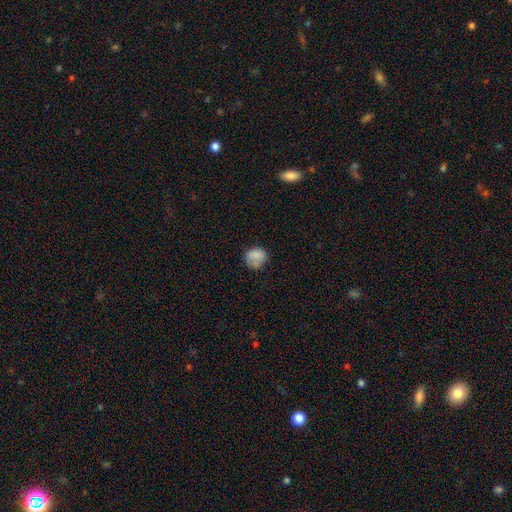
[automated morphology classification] Smooth or featured? smooth (82%)
How rounded? round (75%)
Merging? none (66%)